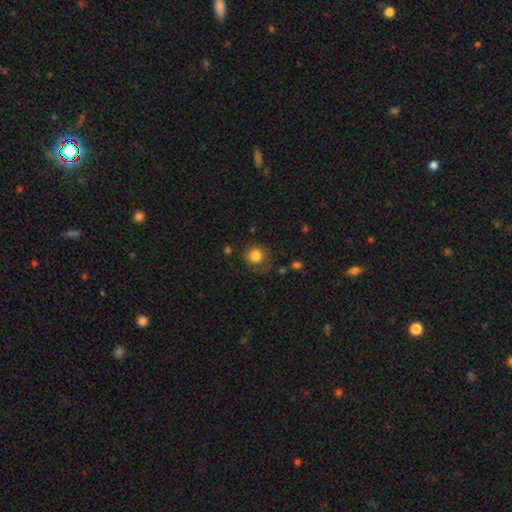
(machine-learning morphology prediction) A smooth galaxy with no disk features (83%) that is round (88%).

Vote fractions:
- Smooth or featured? smooth: 83% / star or artifact: 10% / featured or disk: 7%
- How rounded? round: 88% / in between: 11% / cigar-shaped: 1%
- Merging? none: 72% / minor disturbance: 18% / major disturbance: 8% / merger: 3%